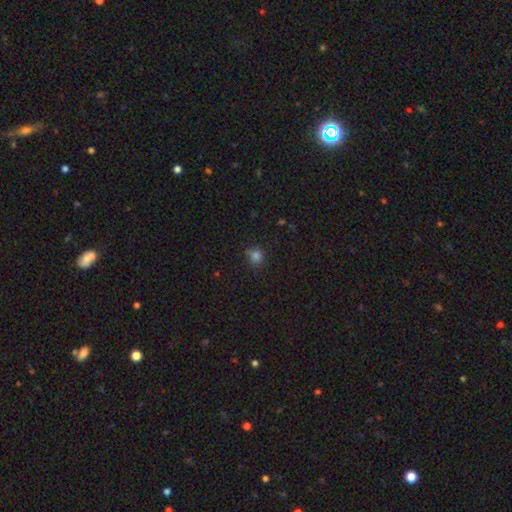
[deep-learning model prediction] Q: Smooth or featured?
A: smooth (79%); runner-up: star or artifact (16%)
Q: How rounded?
A: round (83%); runner-up: in between (16%)
Q: Merging?
A: none (75%); runner-up: minor disturbance (16%)